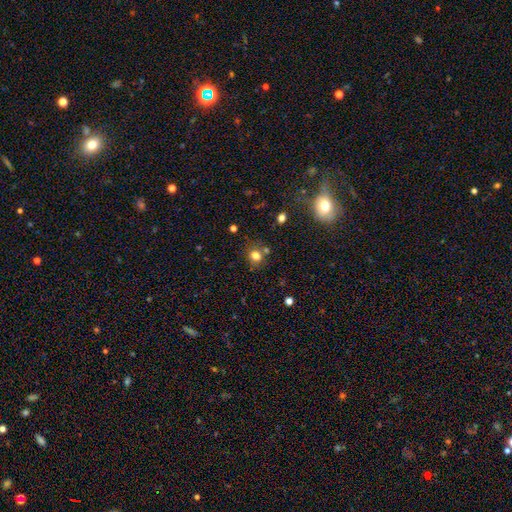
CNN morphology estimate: This appears to be a smooth galaxy with no disk features (77%) that is round (80%). Merging: none (72%).